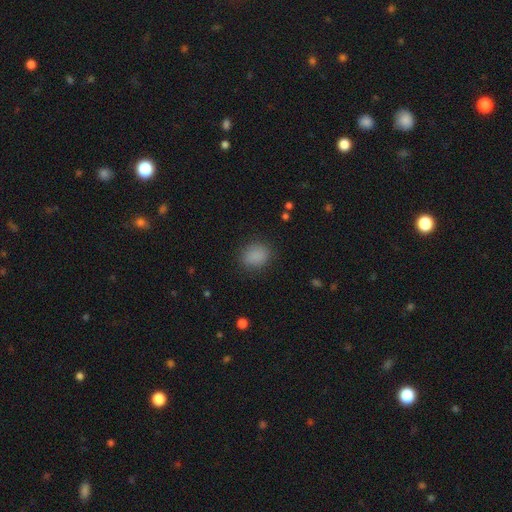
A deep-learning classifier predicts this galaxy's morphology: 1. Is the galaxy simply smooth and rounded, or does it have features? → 86% smooth, 10% star or artifact, 4% featured or disk.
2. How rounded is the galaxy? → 50% round, 49% in between, 1% cigar-shaped.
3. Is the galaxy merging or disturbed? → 85% none, 11% minor disturbance, 4% major disturbance, 1% merger.